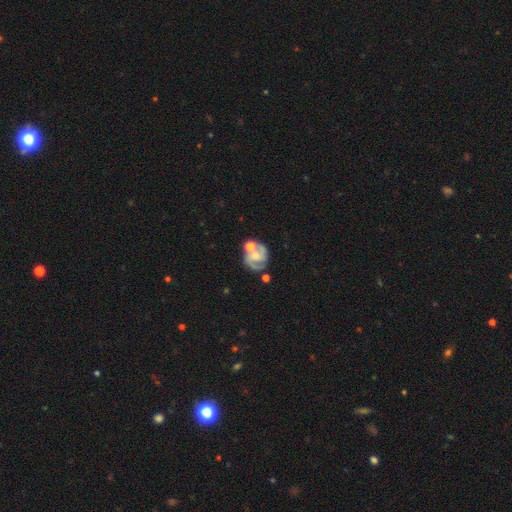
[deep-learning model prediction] Smooth or featured: featured or disk — 74% (smooth — 18%)
Edge-on disk: no — 98% (yes — 2%)
Bar: no — 51% (weak — 37%)
Spiral arms: yes — 87% (no — 13%)
Spiral winding: medium — 48% (tight — 34%)
Spiral arm count: 2 — 68% (can't tell — 13%)
Bulge size: small — 44% (moderate — 36%)
Merging: none — 52% (merger — 21%)